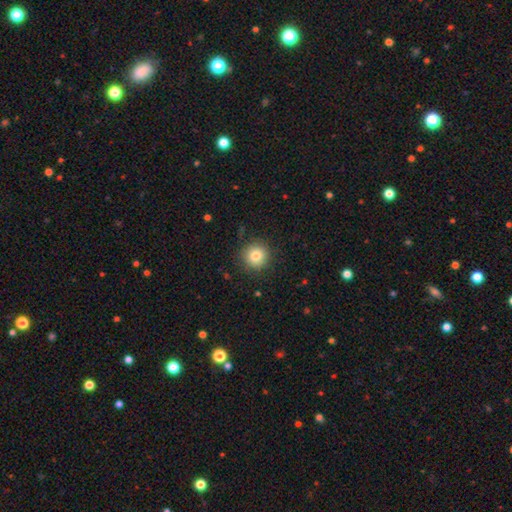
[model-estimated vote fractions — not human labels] Q: Smooth or featured?
A: smooth (83%); runner-up: star or artifact (11%)
Q: How rounded?
A: round (94%); runner-up: in between (5%)
Q: Merging?
A: none (88%); runner-up: minor disturbance (8%)